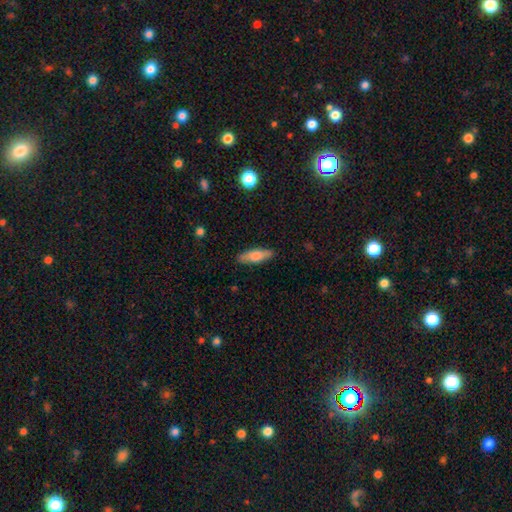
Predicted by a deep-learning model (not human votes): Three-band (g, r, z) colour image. It shows a smooth galaxy with no disk features (68%) that is in between round and cigar-shaped (50%). Merging: none (87%).